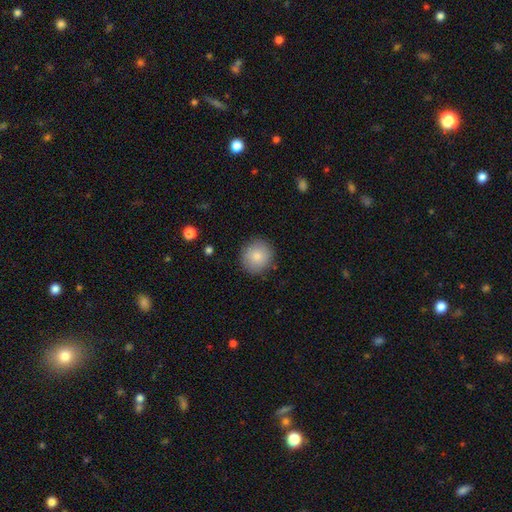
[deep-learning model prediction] Smooth or featured?
  - smooth: 81% *
  - featured or disk: 10%
  - star or artifact: 9%
How rounded?
  - round: 92% *
  - in between: 7%
  - cigar-shaped: 1%
Merging?
  - none: 90% *
  - minor disturbance: 7%
  - major disturbance: 2%
  - merger: 1%